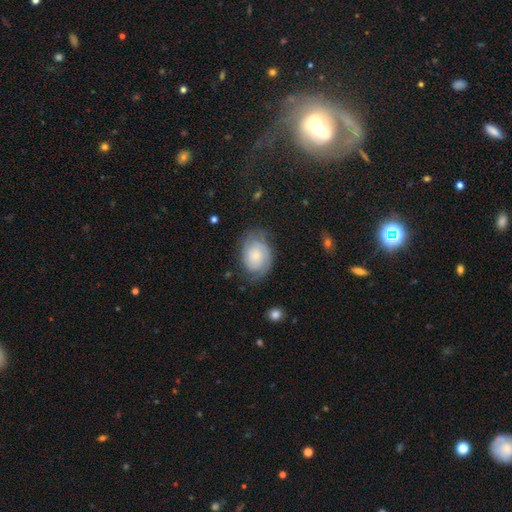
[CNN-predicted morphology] smooth-or-featured: featured or disk: 64% | smooth: 29% | star or artifact: 7%
  disk-edge-on: no: 97% | yes: 3%
    bar: no: 78% | weak: 19% | strong: 3%
    has-spiral-arms: yes: 89% | no: 11%
      spiral-winding: tight: 61% | medium: 29% | loose: 10%
      spiral-arm-count: 2: 56% | can't tell: 25% | 1: 8% | 3: 7% | 4: 2% | more than 4: 2%
    bulge-size: small: 58% | moderate: 29% | none: 6% | large: 5% | dominant: 2%
  merging: none: 66% | minor disturbance: 22% | major disturbance: 10% | merger: 2%